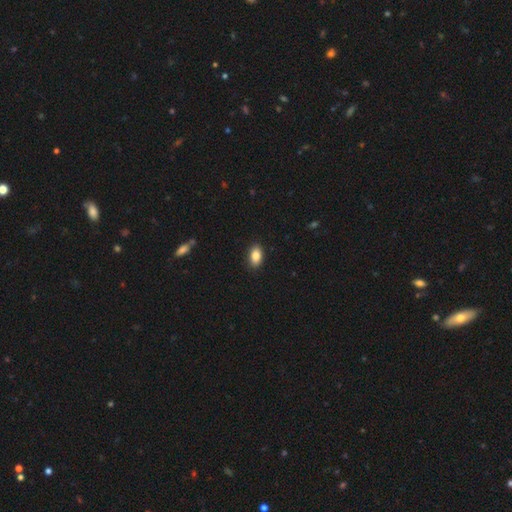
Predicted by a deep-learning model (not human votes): smooth-or-featured: smooth: 86% | star or artifact: 8% | featured or disk: 6%
  how-rounded: in between: 91% | round: 7% | cigar-shaped: 2%
  merging: none: 89% | minor disturbance: 8% | major disturbance: 2% | merger: 1%